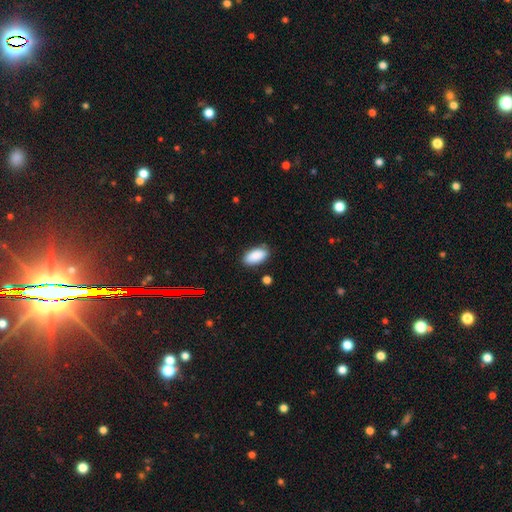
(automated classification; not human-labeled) Q: Smooth or featured?
A: smooth (89%); runner-up: star or artifact (7%)
Q: How rounded?
A: in between (93%); runner-up: cigar-shaped (5%)
Q: Merging?
A: none (83%); runner-up: minor disturbance (12%)